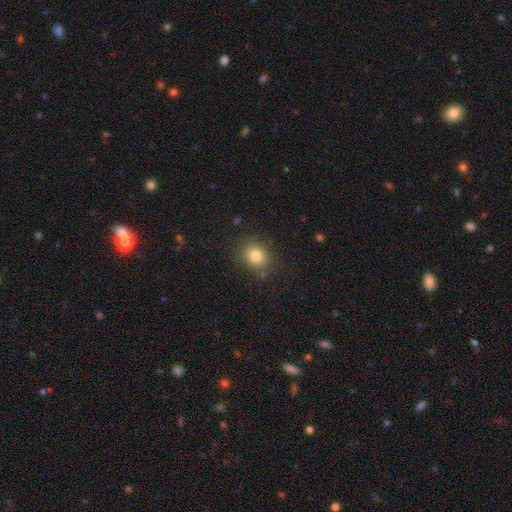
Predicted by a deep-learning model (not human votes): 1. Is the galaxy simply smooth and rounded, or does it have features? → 80% smooth, 12% star or artifact, 7% featured or disk.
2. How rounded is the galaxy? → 69% round, 30% in between, 1% cigar-shaped.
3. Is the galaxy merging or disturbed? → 84% none, 11% minor disturbance, 3% major disturbance, 2% merger.